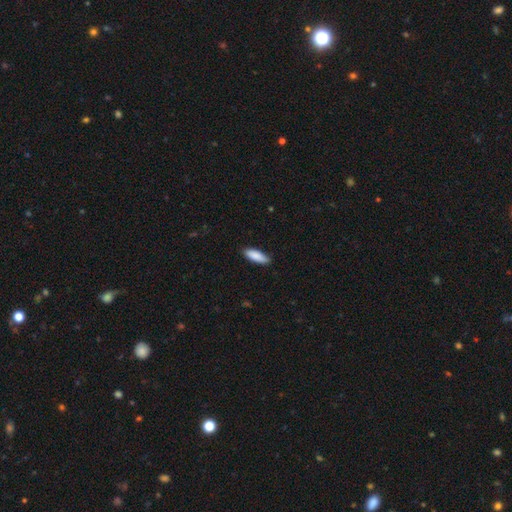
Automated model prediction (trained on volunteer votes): Overall: smooth (88%). How rounded: in between (59%; cigar-shaped 40%). Merging: none (86%).